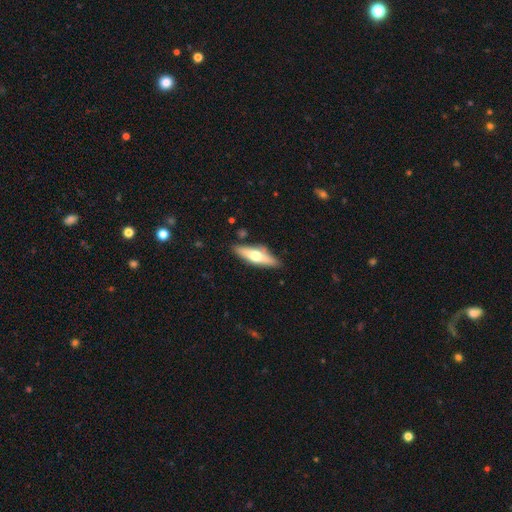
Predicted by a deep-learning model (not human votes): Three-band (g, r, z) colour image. It shows a smooth galaxy with no disk features (47%, tied with featured or disk). Merging: none (83%).